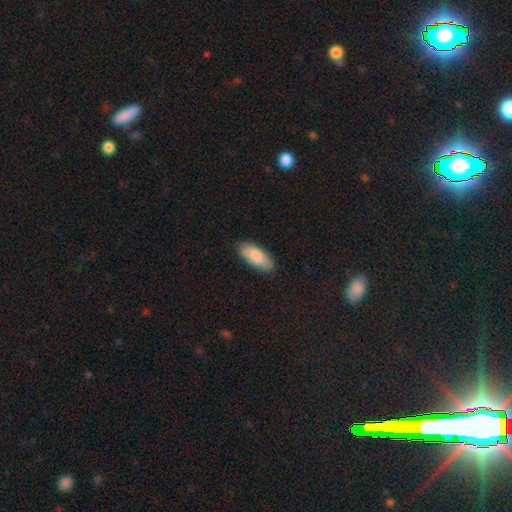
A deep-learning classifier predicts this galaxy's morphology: A smooth galaxy with no disk features (83%) that is in between round and cigar-shaped (82%). Merging: none (83%).